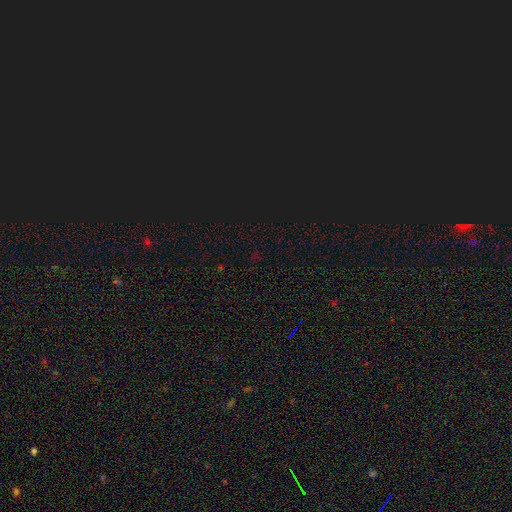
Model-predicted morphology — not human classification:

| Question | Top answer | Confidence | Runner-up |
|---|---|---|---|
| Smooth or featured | star or artifact | 74% | smooth (19%) |